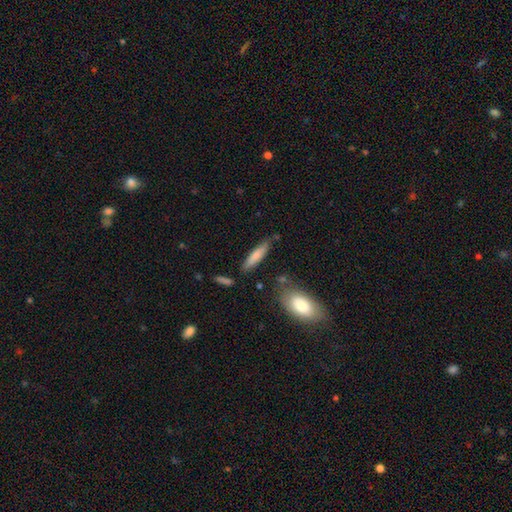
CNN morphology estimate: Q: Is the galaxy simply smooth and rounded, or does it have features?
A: smooth — 75%.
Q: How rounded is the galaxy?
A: cigar-shaped — 79%.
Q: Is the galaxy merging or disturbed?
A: none — 75%.